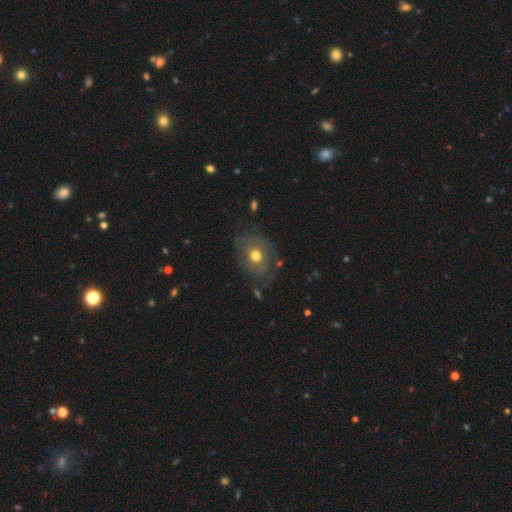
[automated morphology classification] Smooth or featured? Predicted: smooth (p=0.47). Merging? Predicted: none (p=0.68).